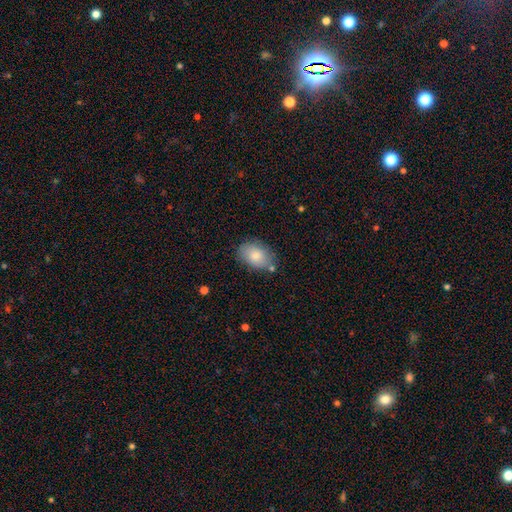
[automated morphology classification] This is clearly a smooth galaxy (80%). How rounded: clearly in between (83%). Merging: likely none (74%).